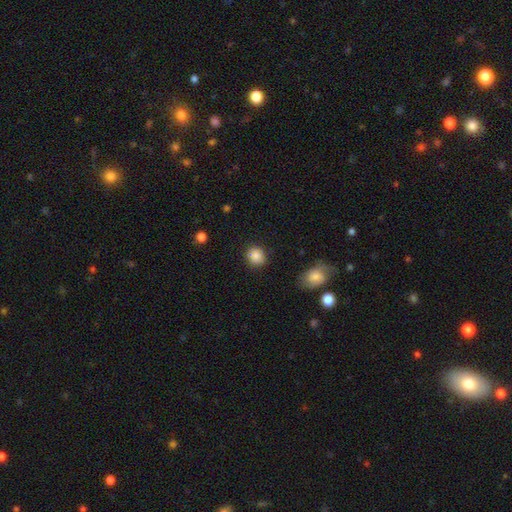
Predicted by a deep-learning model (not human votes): smooth 87%, star or artifact 9%, featured or disk 4%. Down the decision tree: how rounded — round (82%); merging — none (86%).